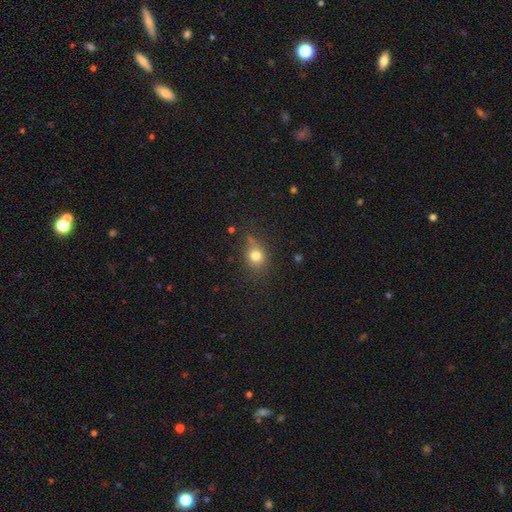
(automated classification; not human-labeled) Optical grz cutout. It shows a smooth galaxy with no disk features (77%) that is round (69%). Merging: none (70%).